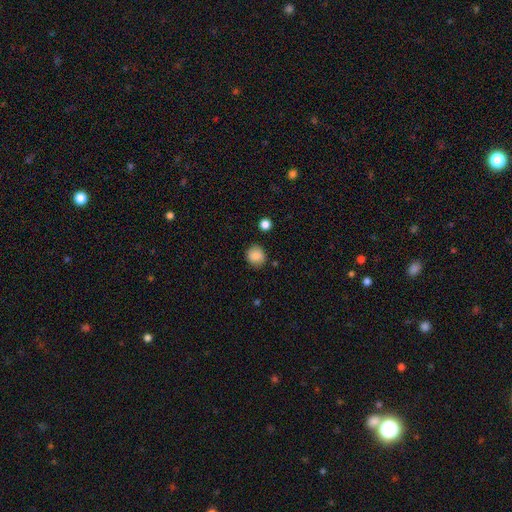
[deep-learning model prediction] A smooth galaxy with no disk features (87%) that is round (81%). Merging: none (83%).